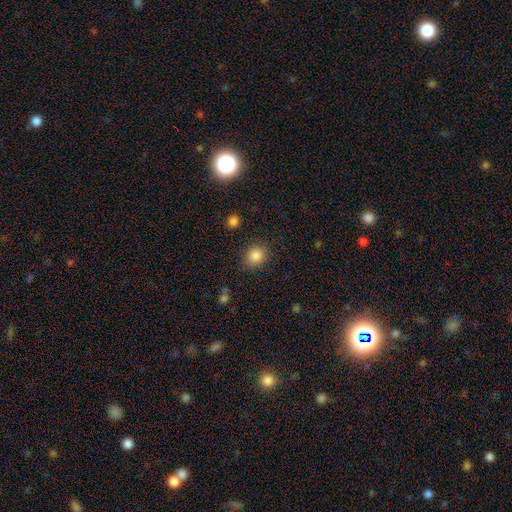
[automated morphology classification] This is clearly a smooth galaxy (85%). How rounded: likely round (70%). Merging: clearly none (85%).